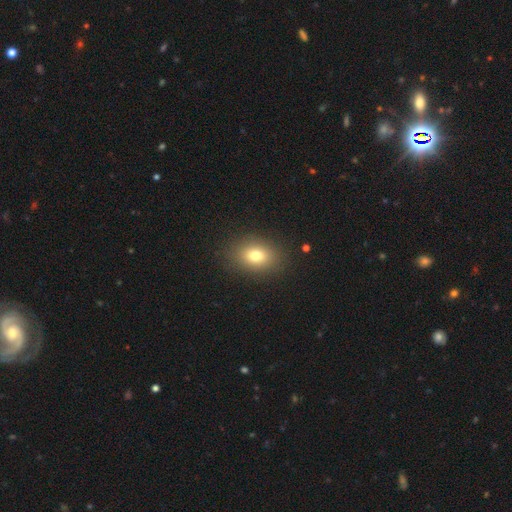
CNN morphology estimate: This appears to be a smooth galaxy with no disk features (77%) that is in between round and cigar-shaped (67%). Merging: none (88%).